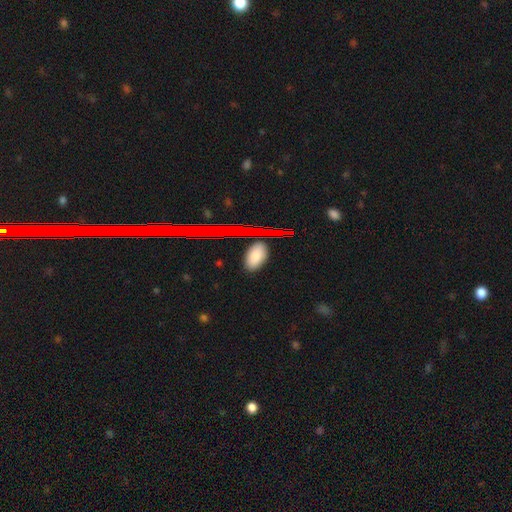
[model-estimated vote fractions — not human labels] Smooth or featured?
  - smooth: 80% *
  - star or artifact: 12%
  - featured or disk: 8%
How rounded?
  - in between: 92% *
  - round: 5%
  - cigar-shaped: 3%
Merging?
  - none: 80% *
  - minor disturbance: 14%
  - major disturbance: 3%
  - merger: 3%